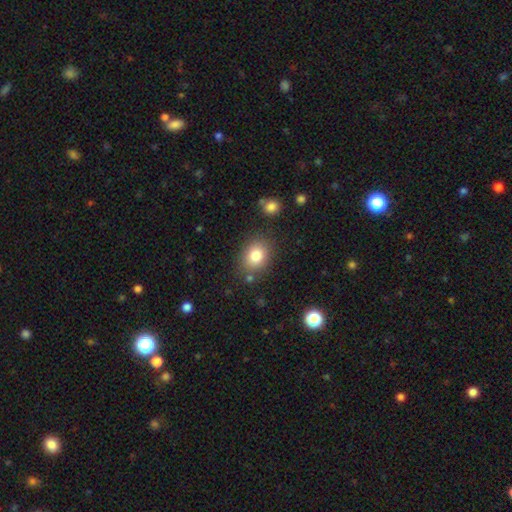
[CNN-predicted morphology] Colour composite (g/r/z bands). It shows a smooth galaxy with no disk features (81%) that is in between round and cigar-shaped (50%). Merging: none (80%).